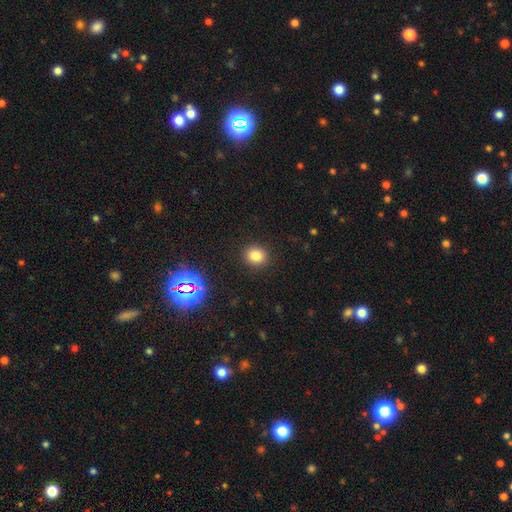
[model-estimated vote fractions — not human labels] This appears to be a smooth galaxy with no disk features (80%) that is round (70%). Merging: none (90%).